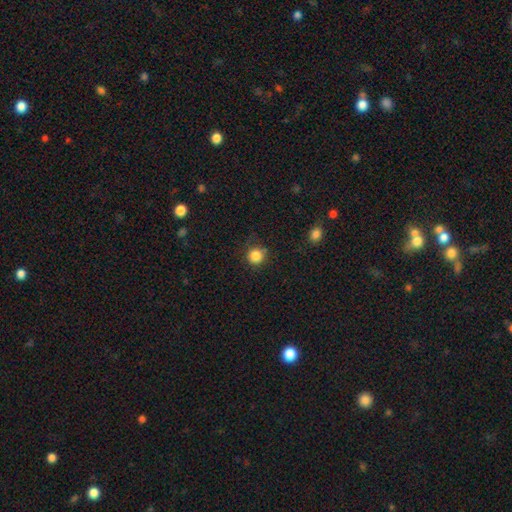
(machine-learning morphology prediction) This appears to be a smooth galaxy with no disk features (85%) that is round (93%). Merging: none (82%).